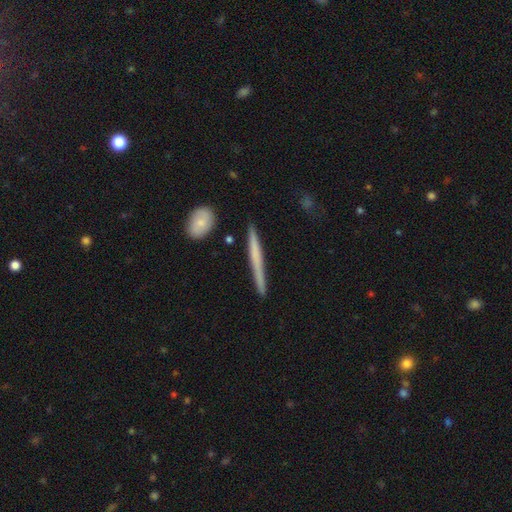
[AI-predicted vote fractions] smooth_or_featured: smooth (p=0.49) [alt: featured or disk p=0.45]
merging: none (p=0.88) [alt: minor disturbance p=0.09]